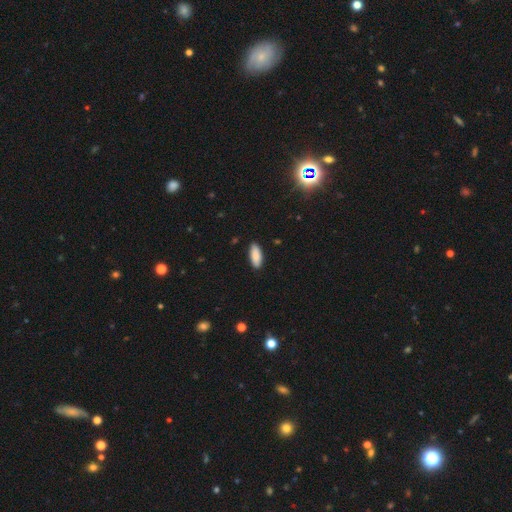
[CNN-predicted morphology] smooth 89%, star or artifact 6%, featured or disk 5%. Down the decision tree: how rounded — in between (79%); merging — none (89%).